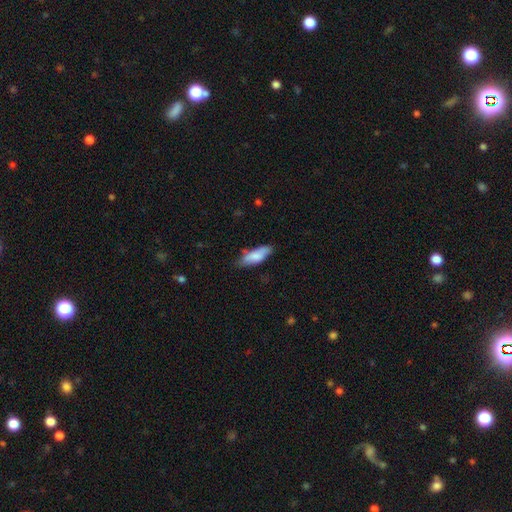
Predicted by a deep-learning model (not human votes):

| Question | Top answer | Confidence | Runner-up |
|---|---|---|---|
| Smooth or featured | smooth | 78% | featured or disk (16%) |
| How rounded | in between | 59% | cigar-shaped (40%) |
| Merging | none | 69% | minor disturbance (24%) |